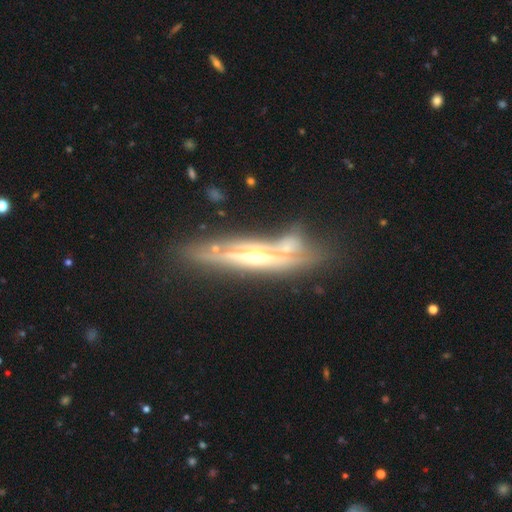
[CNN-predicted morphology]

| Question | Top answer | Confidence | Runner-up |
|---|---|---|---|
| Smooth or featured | featured or disk | 84% | smooth (11%) |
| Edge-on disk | yes | 77% | no (23%) |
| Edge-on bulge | rounded | 76% | none (18%) |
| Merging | none | 61% | minor disturbance (18%) |